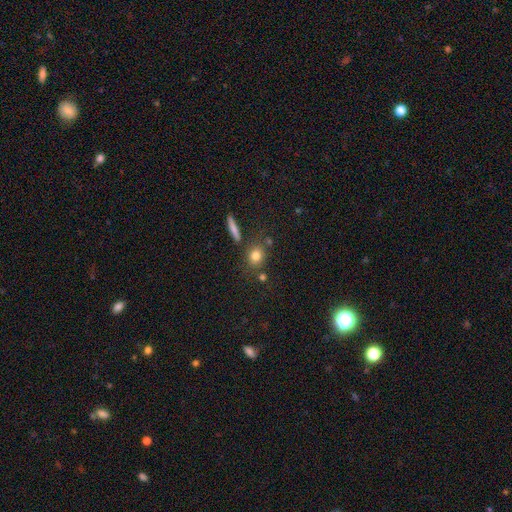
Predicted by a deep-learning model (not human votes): A smooth galaxy with no disk features (80%) that is round (69%). Merging: none (76%).